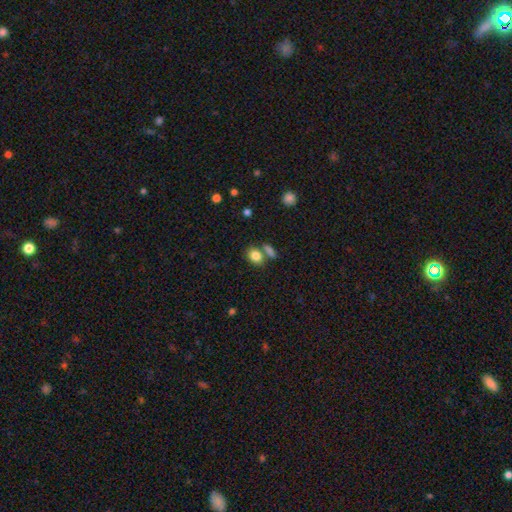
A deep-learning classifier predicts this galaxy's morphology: smooth_or_featured: smooth (p=0.83) [alt: star or artifact p=0.09]
how_rounded: in between (p=0.64) [alt: round p=0.34]
merging: none (p=0.56) [alt: merger p=0.28]